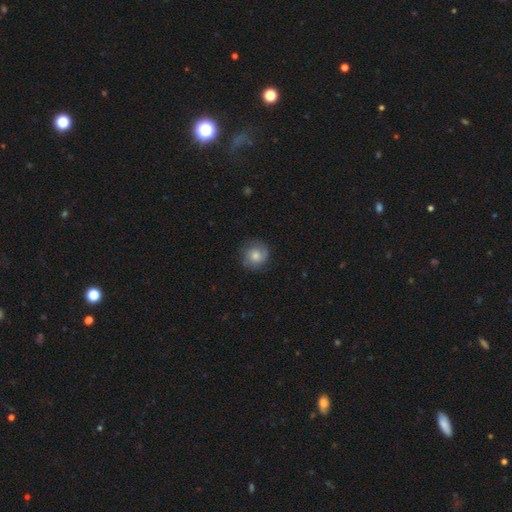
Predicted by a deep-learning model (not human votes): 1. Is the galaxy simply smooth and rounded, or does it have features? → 50% smooth, 42% featured or disk, 8% star or artifact.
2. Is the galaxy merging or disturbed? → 81% none, 14% minor disturbance, 4% major disturbance, 1% merger.